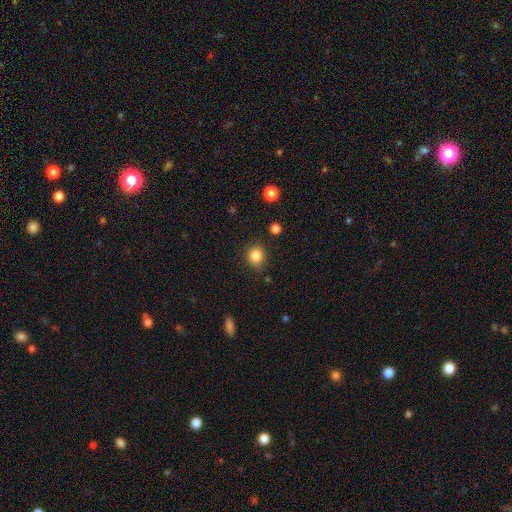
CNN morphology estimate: A smooth galaxy with no disk features (85%) that is round (81%).

Vote fractions:
- Smooth or featured? smooth: 85% / star or artifact: 11% / featured or disk: 4%
- How rounded? round: 81% / in between: 18% / cigar-shaped: 1%
- Merging? none: 83% / minor disturbance: 11% / major disturbance: 3% / merger: 2%